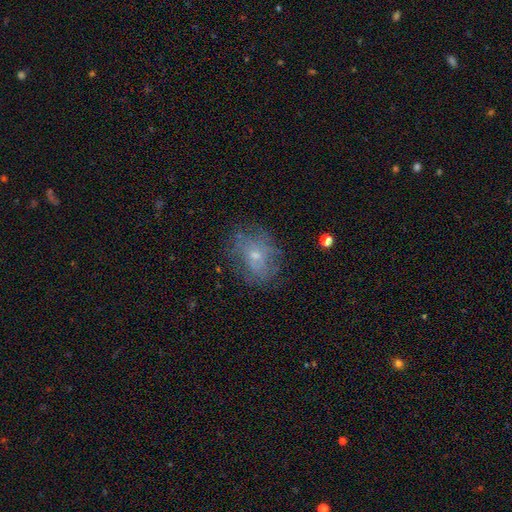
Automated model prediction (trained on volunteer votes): The model was most divided on "smooth or featured": featured or disk: 45%, smooth: 43%, star or artifact: 12%. More confident: merging — none (65%).